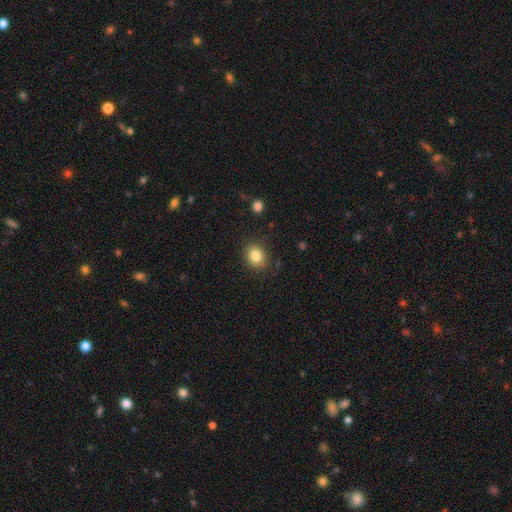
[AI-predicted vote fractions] The model was most divided on "how rounded": round: 50%, in between: 49%, cigar-shaped: 1%. More confident: merging — none (85%); smooth or featured — smooth (84%).